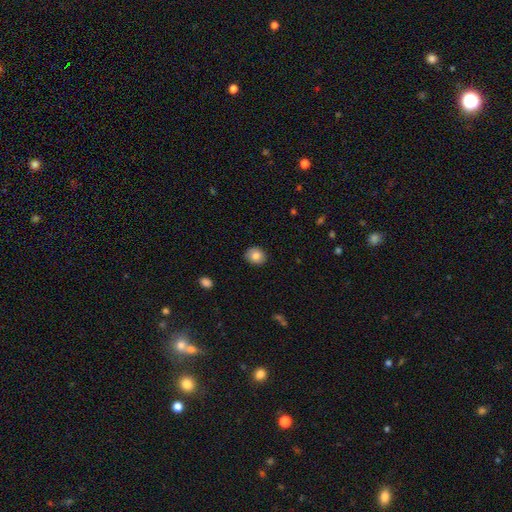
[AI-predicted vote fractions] smooth 83%, star or artifact 8%, featured or disk 8%. Down the decision tree: how rounded — round (67%); merging — none (88%).